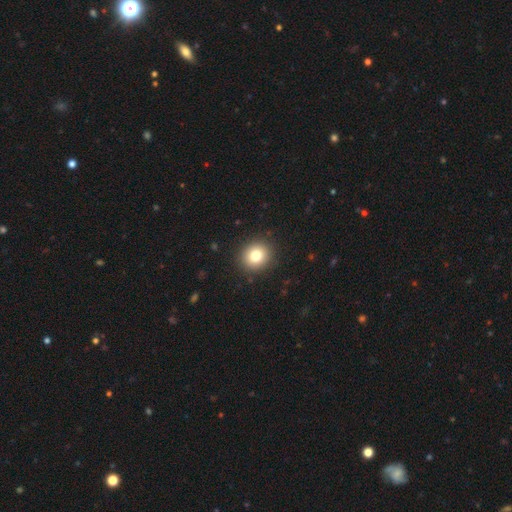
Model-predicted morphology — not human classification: Q: Smooth or featured?
A: smooth (79%); runner-up: star or artifact (11%)
Q: How rounded?
A: round (82%); runner-up: in between (18%)
Q: Merging?
A: none (91%); runner-up: minor disturbance (6%)